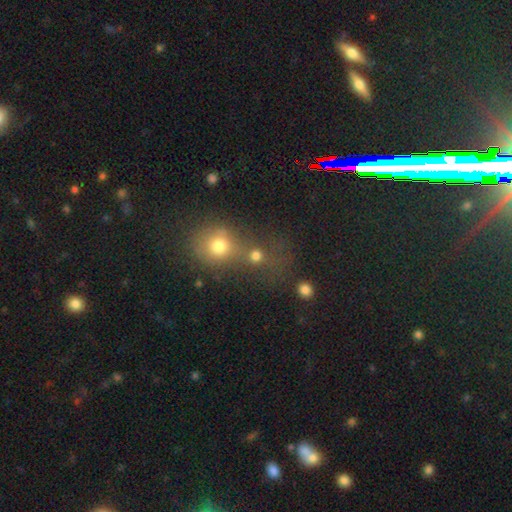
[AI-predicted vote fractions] smooth-or-featured: smooth: 73% | star or artifact: 18% | featured or disk: 9%
  how-rounded: round: 84% | in between: 15% | cigar-shaped: 2%
  merging: merger: 46% | none: 41% | minor disturbance: 7% | major disturbance: 6%